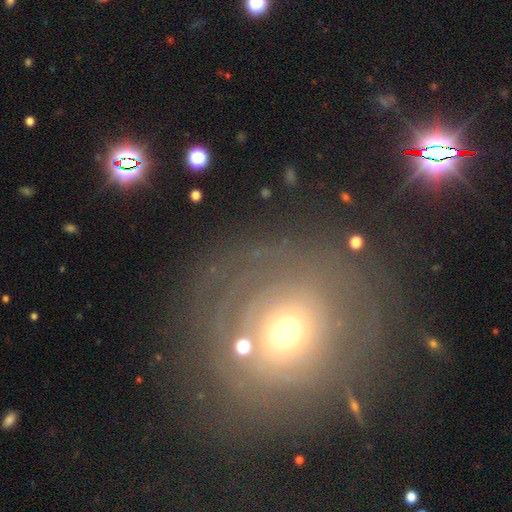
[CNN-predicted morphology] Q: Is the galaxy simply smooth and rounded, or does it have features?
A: featured or disk — 58%.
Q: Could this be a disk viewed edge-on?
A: no — 95%.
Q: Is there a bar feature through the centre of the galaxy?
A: no — 83%.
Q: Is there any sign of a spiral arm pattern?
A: yes — 67%.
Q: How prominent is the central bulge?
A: moderate — 44%.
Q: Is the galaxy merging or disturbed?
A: none — 73%.